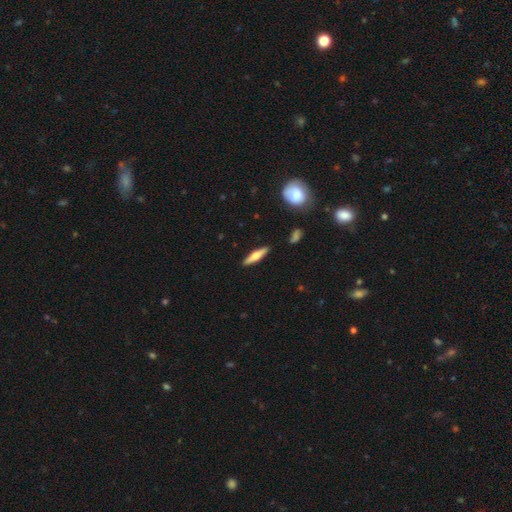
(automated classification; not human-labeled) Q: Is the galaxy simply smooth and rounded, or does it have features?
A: featured or disk — 50%.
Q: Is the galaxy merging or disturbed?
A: none — 89%.